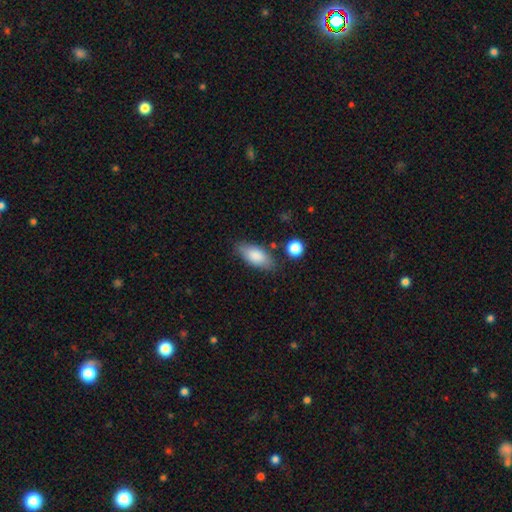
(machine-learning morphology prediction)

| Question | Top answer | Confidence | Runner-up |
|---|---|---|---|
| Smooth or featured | smooth | 84% | featured or disk (9%) |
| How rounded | in between | 87% | cigar-shaped (10%) |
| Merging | none | 75% | minor disturbance (16%) |